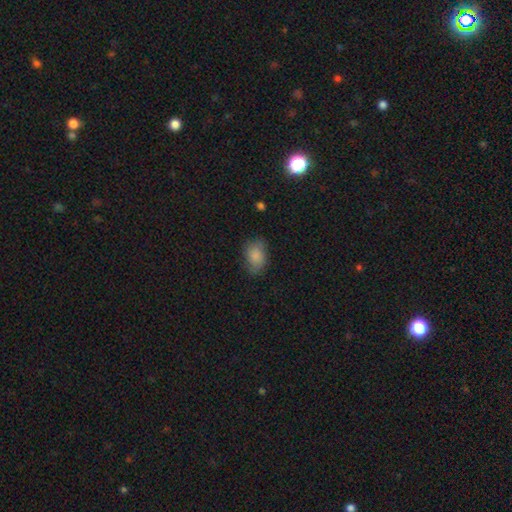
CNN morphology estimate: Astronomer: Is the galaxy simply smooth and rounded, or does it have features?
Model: smooth — 84%.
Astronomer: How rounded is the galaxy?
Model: in between — 83%.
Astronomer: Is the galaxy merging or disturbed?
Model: none — 72%.